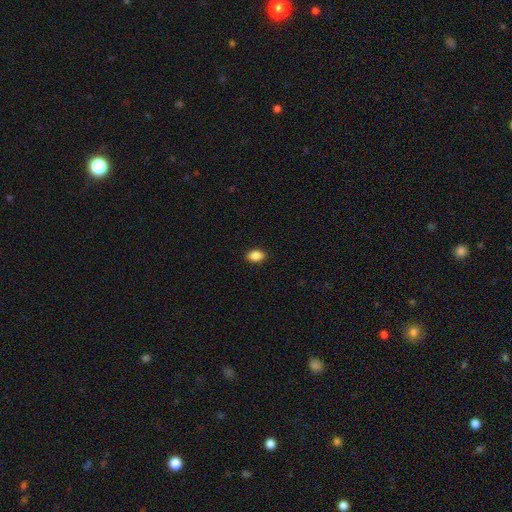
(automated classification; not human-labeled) smooth-or-featured: smooth: 88% | star or artifact: 8% | featured or disk: 4%
  how-rounded: in between: 81% | round: 18% | cigar-shaped: 1%
  merging: none: 91% | minor disturbance: 7% | major disturbance: 2% | merger: 1%